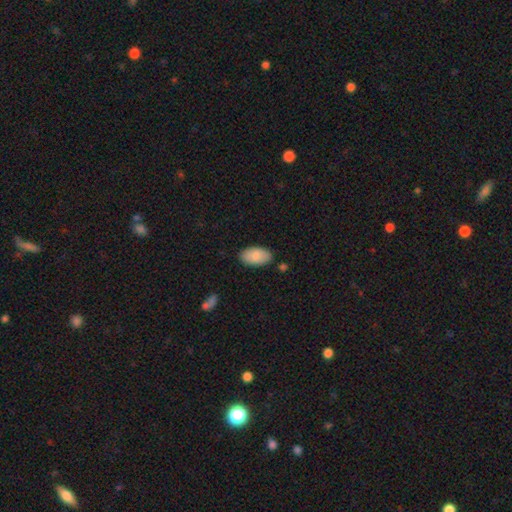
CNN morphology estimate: The model was most divided on "merging": none: 84%, minor disturbance: 12%, major disturbance: 2%, merger: 2%. More confident: how rounded — in between (95%); smooth or featured — smooth (86%).